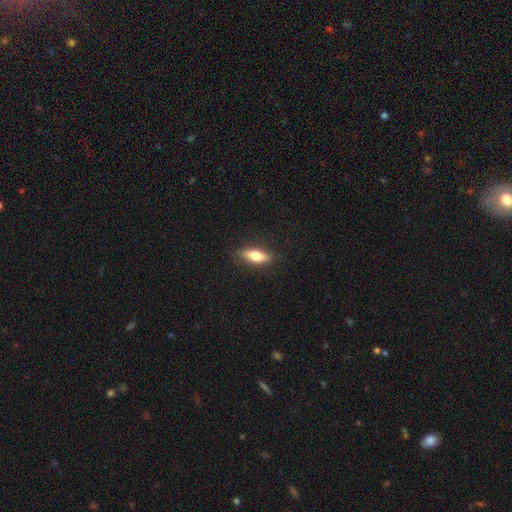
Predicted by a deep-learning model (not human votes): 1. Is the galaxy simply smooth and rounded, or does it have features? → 68% smooth, 26% featured or disk, 6% star or artifact.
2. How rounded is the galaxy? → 59% in between, 38% cigar-shaped, 3% round.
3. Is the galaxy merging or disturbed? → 87% none, 10% minor disturbance, 2% major disturbance, 1% merger.